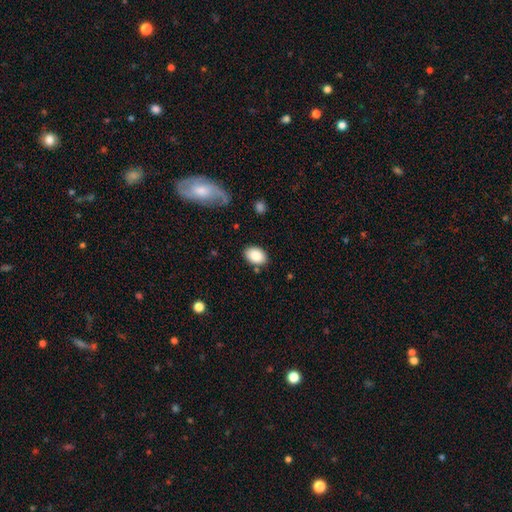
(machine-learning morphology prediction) Overall: smooth (86%). How rounded: in between (84%). Merging: none (84%).